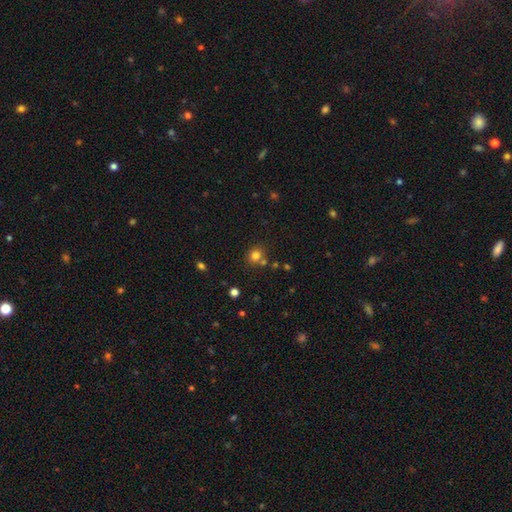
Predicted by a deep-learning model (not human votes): smooth_or_featured: smooth (p=0.77) [alt: star or artifact p=0.16]
how_rounded: round (p=0.79) [alt: in between p=0.20]
merging: none (p=0.71) [alt: merger p=0.16]